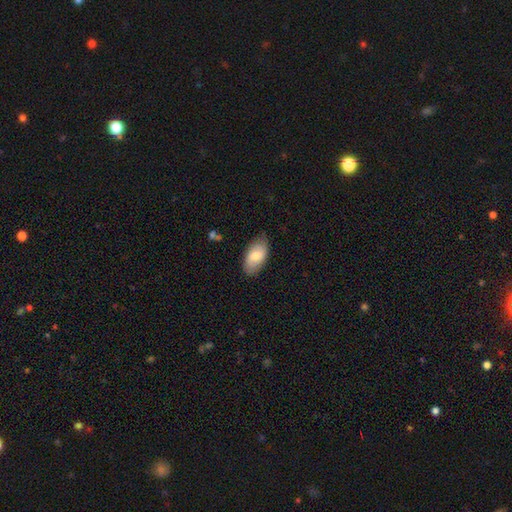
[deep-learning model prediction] A smooth galaxy with no disk features (76%) that is in between round and cigar-shaped (94%).

Vote fractions:
- Smooth or featured? smooth: 76% / featured or disk: 19% / star or artifact: 6%
- How rounded? in between: 94% / round: 3% / cigar-shaped: 3%
- Merging? none: 79% / minor disturbance: 17% / major disturbance: 3% / merger: 1%